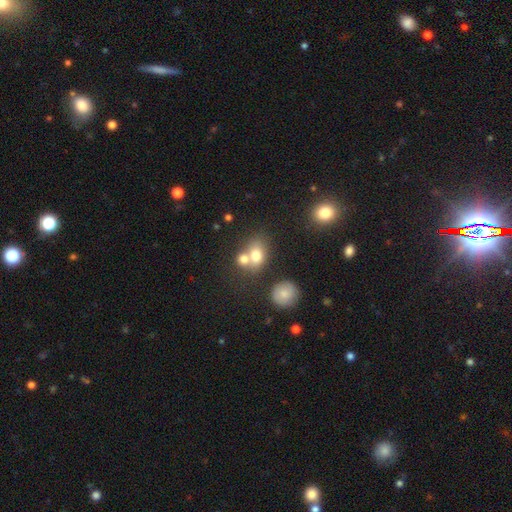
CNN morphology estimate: smooth-or-featured: smooth: 73% | featured or disk: 16% | star or artifact: 11%
  how-rounded: in between: 54% | round: 45% | cigar-shaped: 1%
  merging: merger: 52% | none: 35% | minor disturbance: 9% | major disturbance: 5%